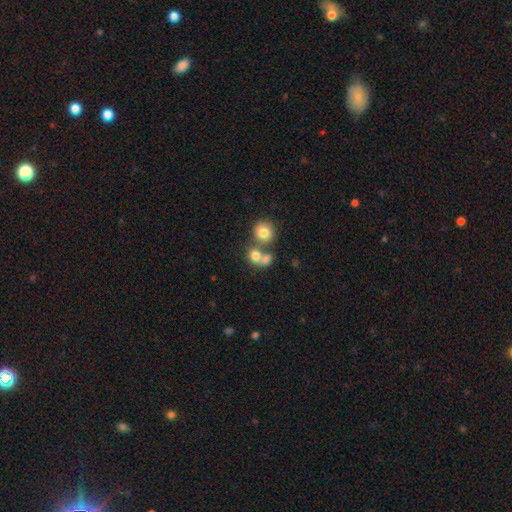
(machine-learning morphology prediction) type=smooth (75%); roundness=round (73%); merging=merger (50%).